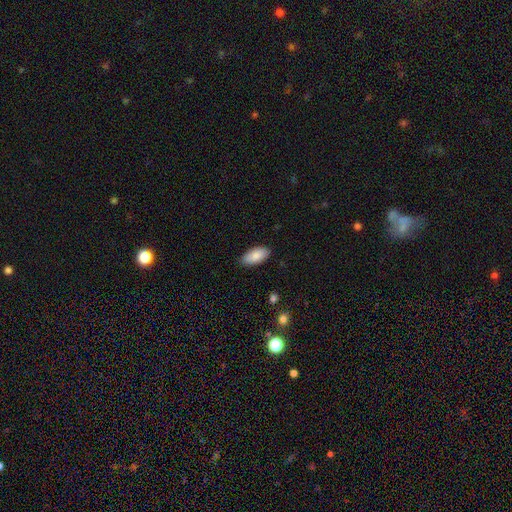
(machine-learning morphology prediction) smooth-or-featured: smooth: 86% | featured or disk: 7% | star or artifact: 6%
  how-rounded: in between: 92% | cigar-shaped: 6% | round: 2%
  merging: none: 87% | minor disturbance: 10% | major disturbance: 2% | merger: 1%